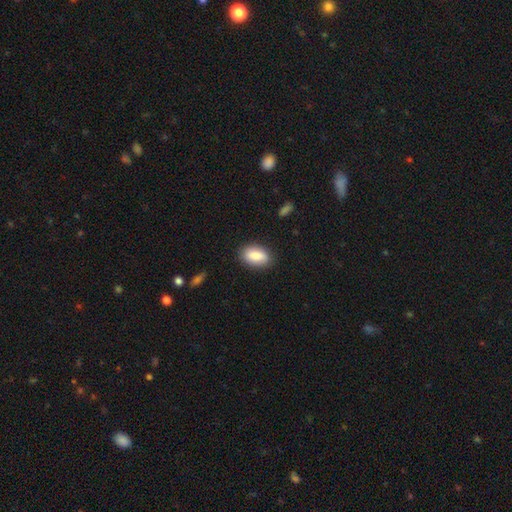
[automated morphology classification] This is clearly a smooth galaxy (84%). How rounded: clearly in between (90%). Merging: clearly none (85%).